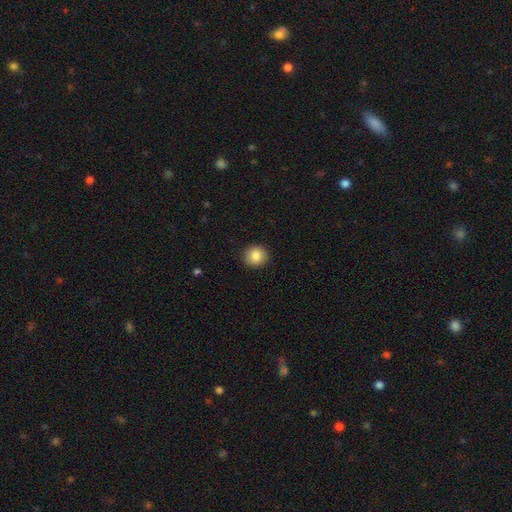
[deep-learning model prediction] Smooth or featured? Predicted: smooth (p=0.86). How rounded? Predicted: round (p=0.91). Merging? Predicted: none (p=0.92).